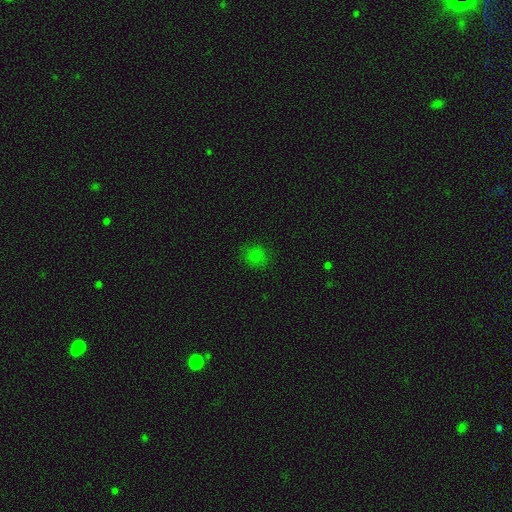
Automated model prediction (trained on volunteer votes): Smooth or featured? smooth (76%)
How rounded? round (83%)
Merging? none (82%)